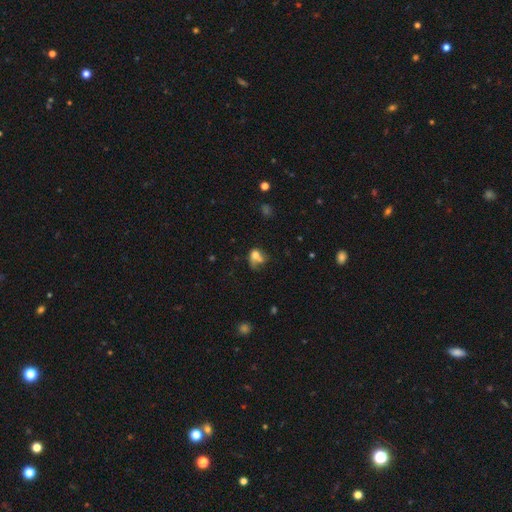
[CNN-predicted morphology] Overall: smooth (64%). How rounded: in between (60%; round 39%). Merging: major disturbance (29%; none 25%).